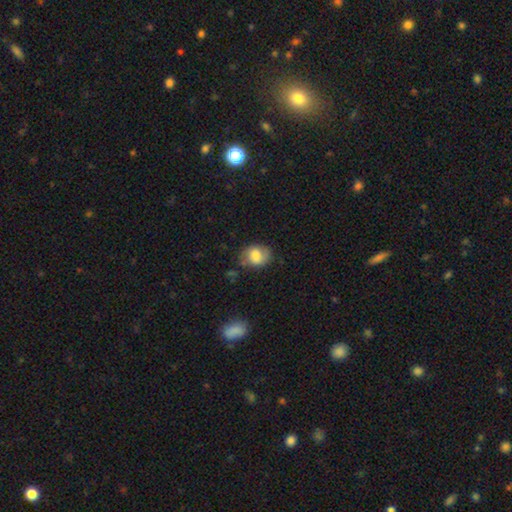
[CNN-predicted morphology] smooth_or_featured: smooth (p=0.76) [alt: featured or disk p=0.16]
how_rounded: in between (p=0.53) [alt: round p=0.45]
merging: none (p=0.64) [alt: minor disturbance p=0.25]